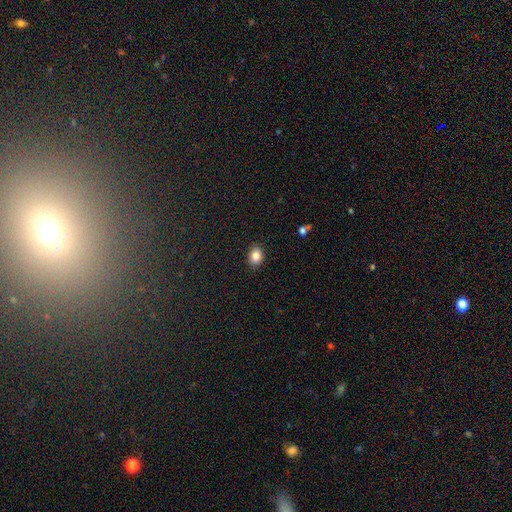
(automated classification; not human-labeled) smooth 85%, star or artifact 9%, featured or disk 6%. Down the decision tree: how rounded — in between (68%); merging — none (88%).